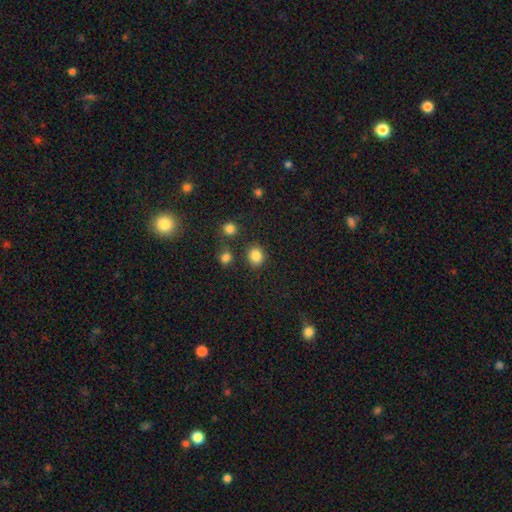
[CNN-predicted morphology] Smooth or featured?
  - smooth: 85% *
  - star or artifact: 11%
  - featured or disk: 4%
How rounded?
  - round: 72% *
  - in between: 27%
  - cigar-shaped: 1%
Merging?
  - none: 81% *
  - minor disturbance: 10%
  - merger: 6%
  - major disturbance: 3%